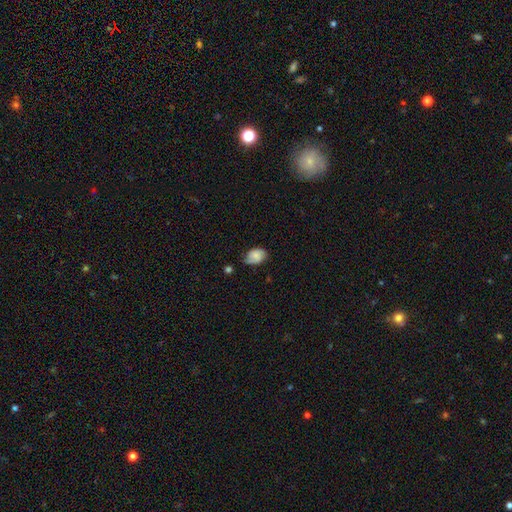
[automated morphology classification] This is likely a smooth galaxy (73%). How rounded: clearly in between (82%). Merging: possibly none (60%).